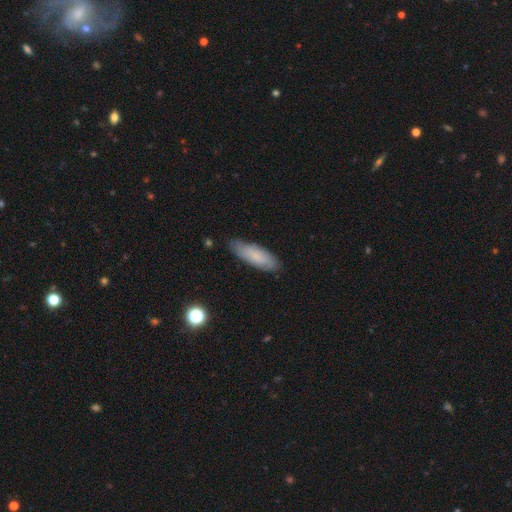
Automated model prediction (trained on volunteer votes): A smooth galaxy with no disk features (72%) that is in between round and cigar-shaped (57%). Merging: none (77%).